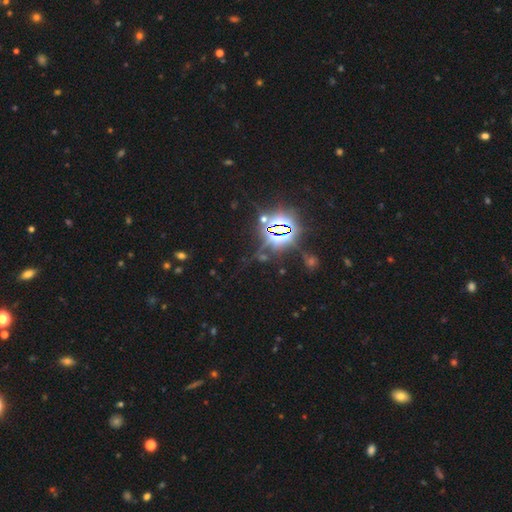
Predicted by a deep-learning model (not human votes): Morphology: type=star or artifact (85%).